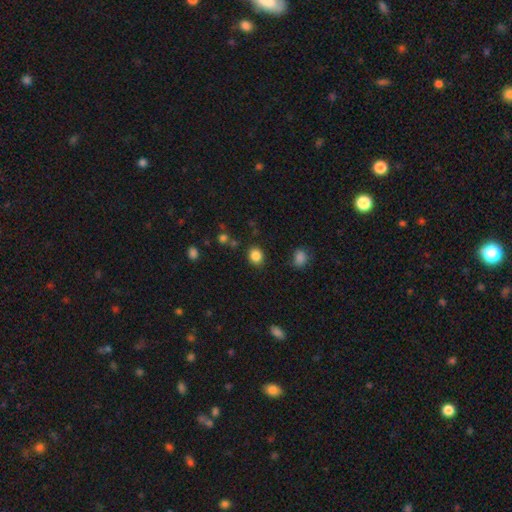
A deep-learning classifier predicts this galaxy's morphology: smooth 85%, star or artifact 11%, featured or disk 4%. Down the decision tree: how rounded — round (69%); merging — none (85%).